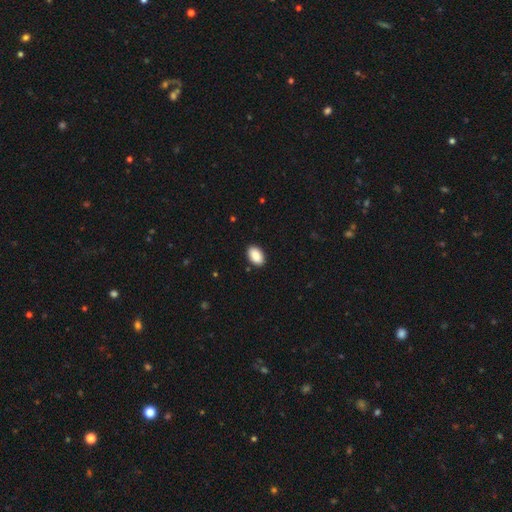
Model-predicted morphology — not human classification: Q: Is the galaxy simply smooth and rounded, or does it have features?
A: smooth — 89%.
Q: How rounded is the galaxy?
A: in between — 93%.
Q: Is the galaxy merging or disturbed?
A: none — 90%.